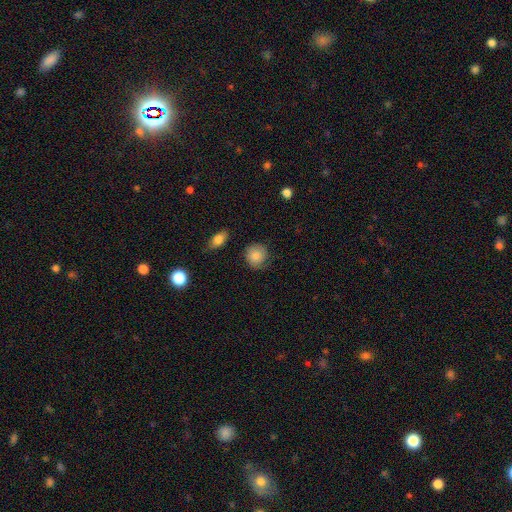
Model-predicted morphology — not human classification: A smooth galaxy with no disk features (79%) that is round (84%). Merging: none (68%).